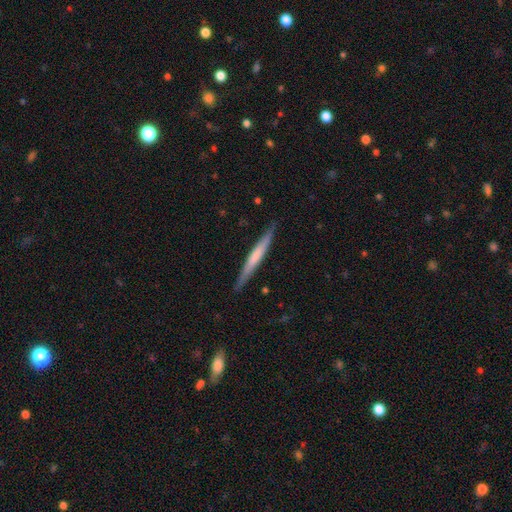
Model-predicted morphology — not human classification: The model was most divided on "smooth or featured": smooth: 48%, featured or disk: 47%, star or artifact: 5%. More confident: merging — none (89%).